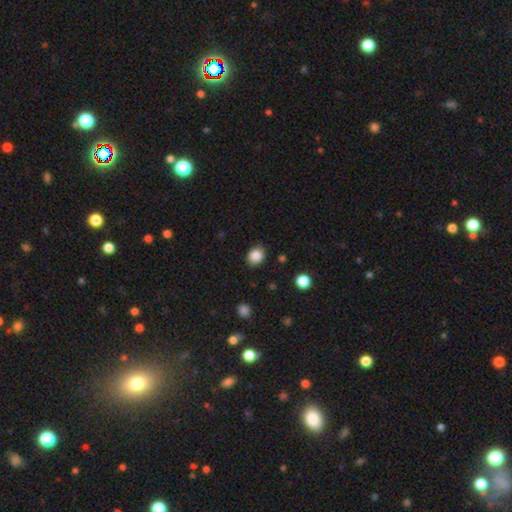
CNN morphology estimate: This appears to be a smooth galaxy with no disk features (86%) that is in between round and cigar-shaped (50%). Merging: none (85%).